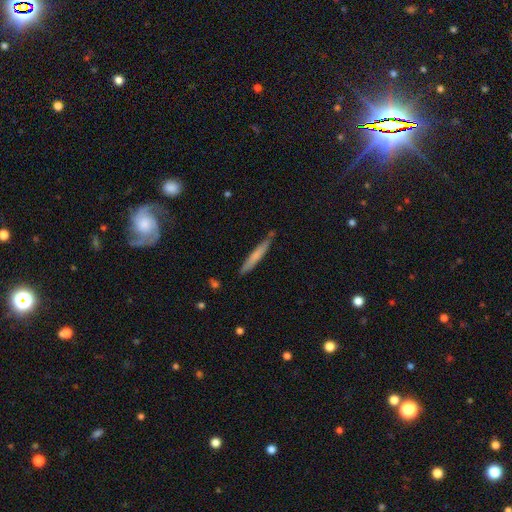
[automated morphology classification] Smooth or featured? Predicted: smooth (p=0.64). How rounded? Predicted: cigar-shaped (p=0.95). Merging? Predicted: none (p=0.80).